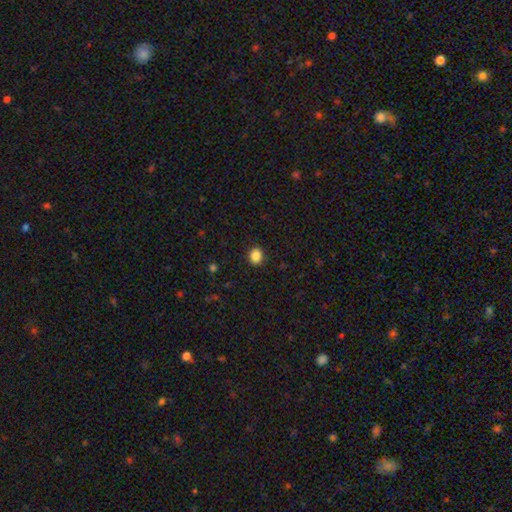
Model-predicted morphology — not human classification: The model was most divided on "how rounded": round: 70%, in between: 30%, cigar-shaped: 1%. More confident: merging — none (90%); smooth or featured — smooth (86%).